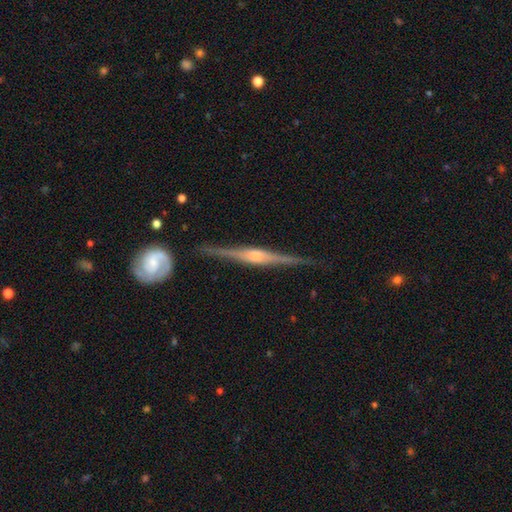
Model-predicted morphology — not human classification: smooth_or_featured: featured or disk (p=0.87) [alt: smooth p=0.08]
disk_edge_on: yes (p=0.97) [alt: no p=0.03]
edge_on_bulge: rounded (p=0.76) [alt: boxy p=0.18]
merging: none (p=0.80) [alt: minor disturbance p=0.14]